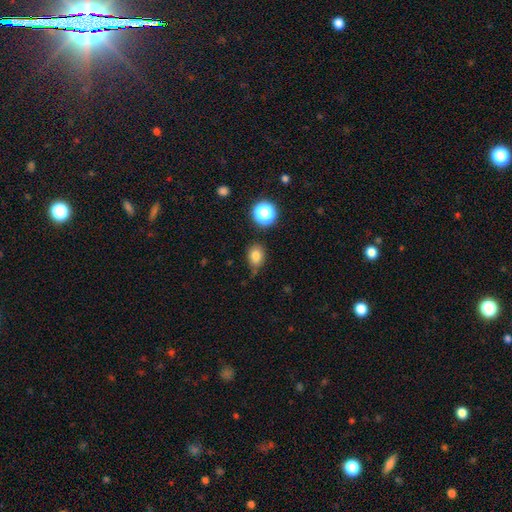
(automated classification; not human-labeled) Smooth or featured? smooth (80%)
How rounded? in between (51%)
Merging? none (64%)